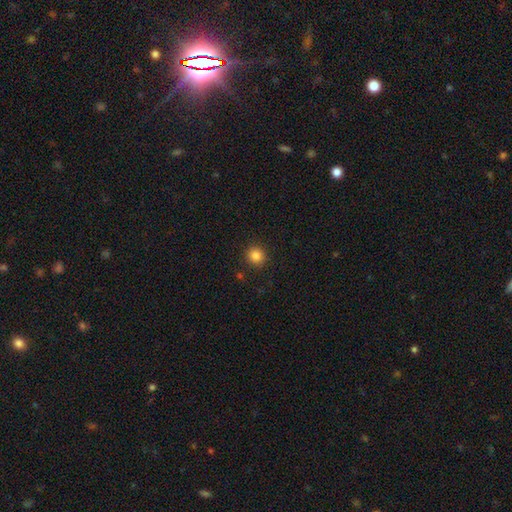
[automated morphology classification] Q: Smooth or featured?
A: smooth (84%); runner-up: star or artifact (11%)
Q: How rounded?
A: round (89%); runner-up: in between (10%)
Q: Merging?
A: none (91%); runner-up: minor disturbance (6%)